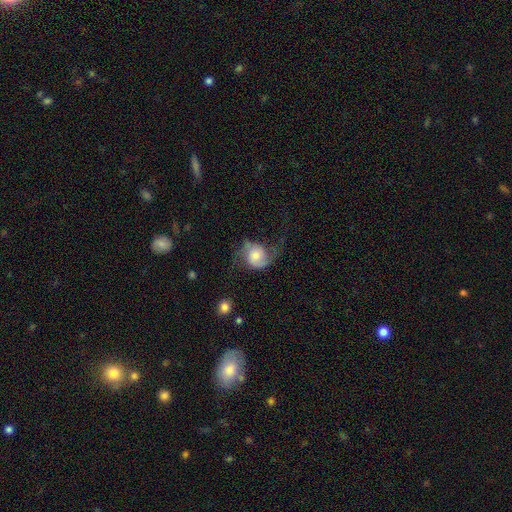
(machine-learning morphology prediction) Smooth or featured: featured or disk — 58% (smooth — 35%)
Edge-on disk: no — 97% (yes — 3%)
Bar: no — 71% (weak — 24%)
Spiral arms: yes — 89% (no — 11%)
Bulge size: moderate — 44% (small — 27%)
Merging: none — 46% (major disturbance — 27%)